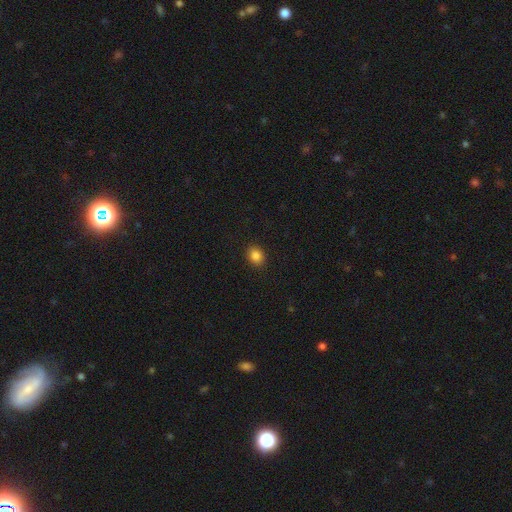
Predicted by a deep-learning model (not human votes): smooth_or_featured: smooth (p=0.85) [alt: star or artifact p=0.11]
how_rounded: round (p=0.62) [alt: in between p=0.37]
merging: none (p=0.90) [alt: minor disturbance p=0.07]